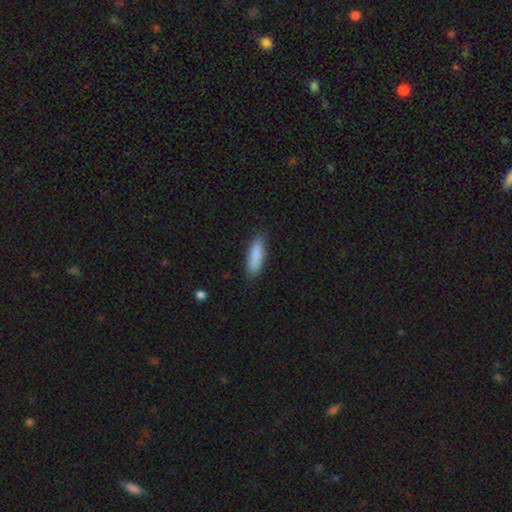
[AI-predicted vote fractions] The model was most divided on "how rounded": cigar-shaped: 61%, in between: 38%, round: 2%. More confident: smooth or featured — smooth (86%); merging — none (85%).